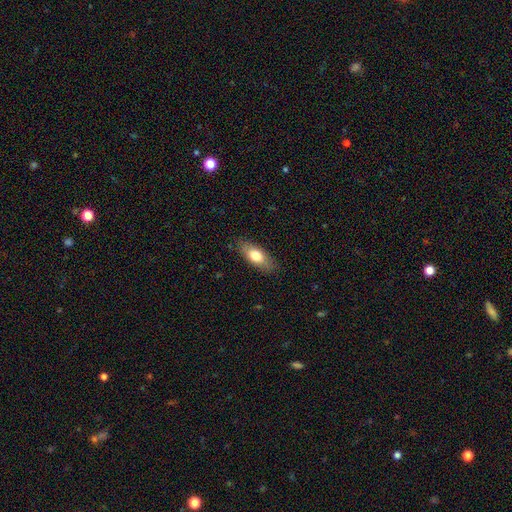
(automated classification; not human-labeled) smooth_or_featured: smooth (p=0.73) [alt: featured or disk p=0.21]
how_rounded: in between (p=0.76) [alt: cigar-shaped p=0.21]
merging: none (p=0.84) [alt: minor disturbance p=0.12]